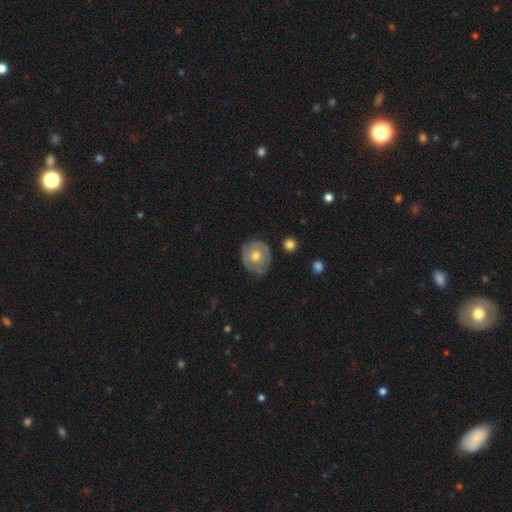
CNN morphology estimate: A featured or disk galaxy (47%). Merging: none (68%).